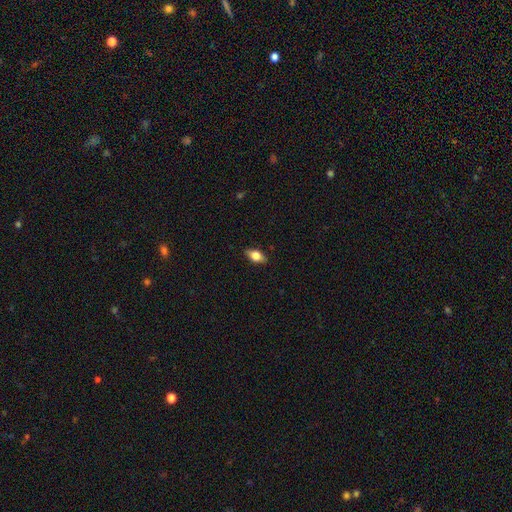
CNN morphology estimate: Q: Smooth or featured?
A: smooth (71%); runner-up: featured or disk (20%)
Q: How rounded?
A: in between (84%); runner-up: round (9%)
Q: Merging?
A: none (86%); runner-up: minor disturbance (11%)